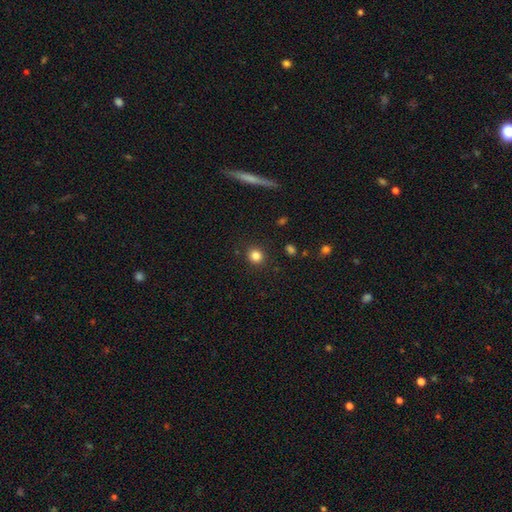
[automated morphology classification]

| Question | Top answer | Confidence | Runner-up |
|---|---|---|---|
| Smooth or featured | smooth | 83% | star or artifact (12%) |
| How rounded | round | 86% | in between (13%) |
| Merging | none | 90% | minor disturbance (6%) |